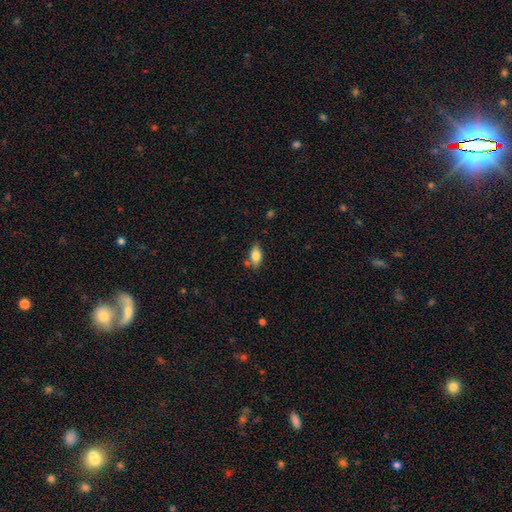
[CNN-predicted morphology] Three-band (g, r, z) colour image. It shows a smooth galaxy with no disk features (81%) that is in between round and cigar-shaped (88%). Merging: none (71%).